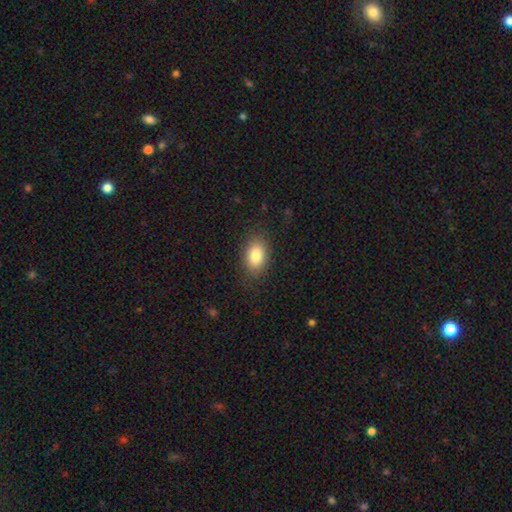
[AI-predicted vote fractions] Smooth or featured? Predicted: smooth (p=0.83). How rounded? Predicted: in between (p=0.87). Merging? Predicted: none (p=0.84).